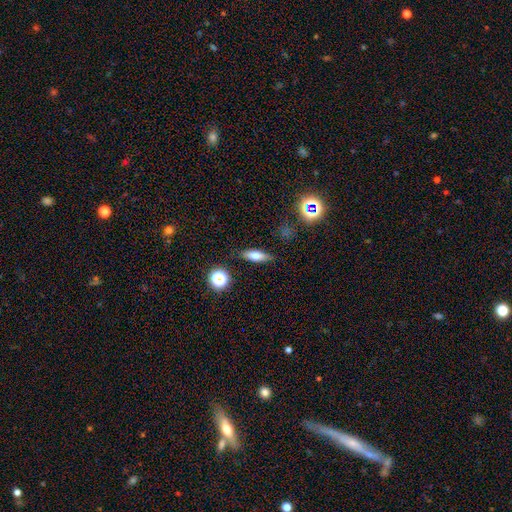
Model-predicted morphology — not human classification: type=smooth (68%); roundness=in between (50%); merging=none (84%).